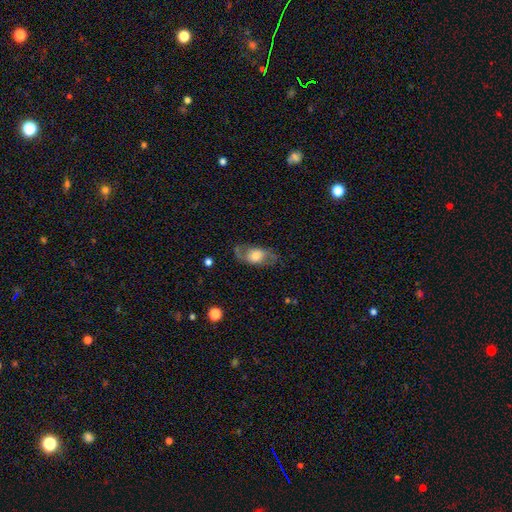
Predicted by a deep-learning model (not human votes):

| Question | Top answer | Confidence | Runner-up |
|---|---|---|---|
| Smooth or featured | featured or disk | 51% | smooth (41%) |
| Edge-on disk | no | 86% | yes (14%) |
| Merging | none | 69% | minor disturbance (18%) |